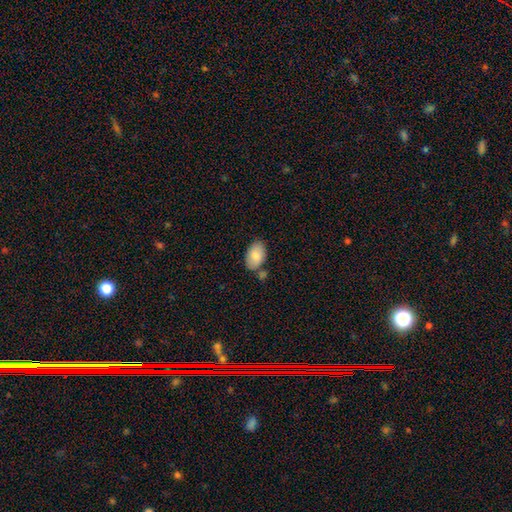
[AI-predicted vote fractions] Q: Smooth or featured?
A: smooth (82%); runner-up: featured or disk (12%)
Q: How rounded?
A: in between (91%); runner-up: round (8%)
Q: Merging?
A: none (68%); runner-up: minor disturbance (17%)